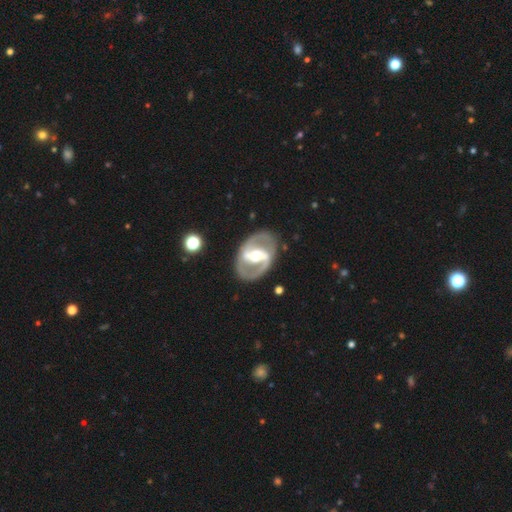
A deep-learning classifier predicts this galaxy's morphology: The model was most divided on "spiral winding": medium: 53%, tight: 25%, loose: 22%. More confident: edge-on disk — no (97%); spiral arm count — 2 (91%); smooth or featured — featured or disk (87%); spiral arms — yes (86%); merging — none (82%); bulge size — moderate (65%); bar — strong (60%).